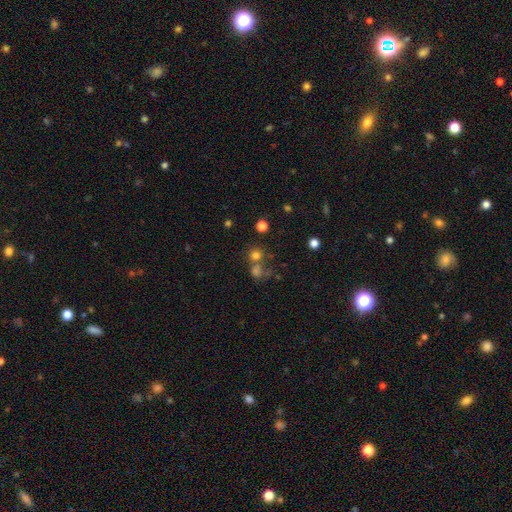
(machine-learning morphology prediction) type=smooth (71%); roundness=round (88%); merging=none (58%).